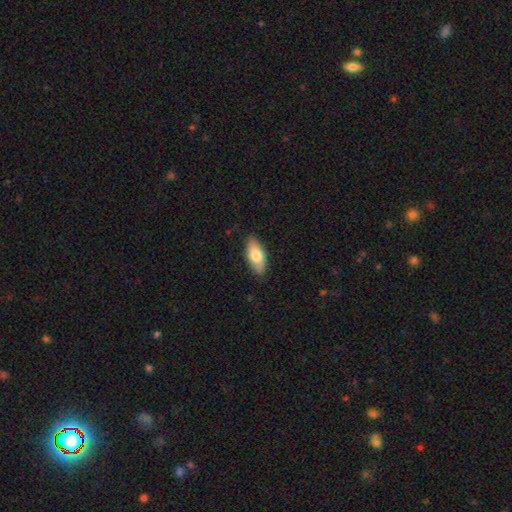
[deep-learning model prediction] smooth-or-featured: smooth: 77% | featured or disk: 18% | star or artifact: 6%
  how-rounded: in between: 85% | cigar-shaped: 13% | round: 3%
  merging: none: 87% | minor disturbance: 10% | major disturbance: 2% | merger: 1%